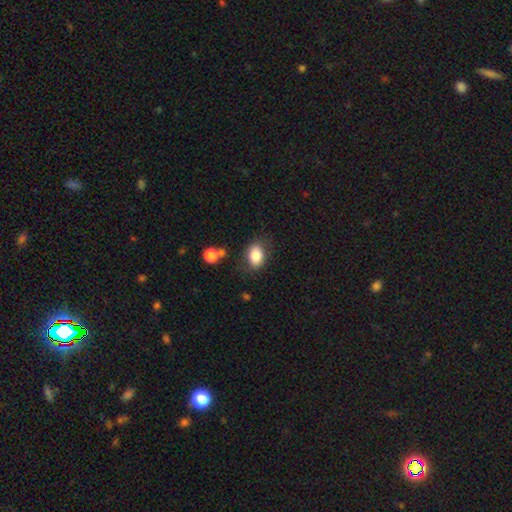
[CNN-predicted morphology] smooth-or-featured: smooth: 83% | featured or disk: 9% | star or artifact: 9%
  how-rounded: in between: 77% | round: 21% | cigar-shaped: 1%
  merging: none: 76% | minor disturbance: 15% | major disturbance: 5% | merger: 4%